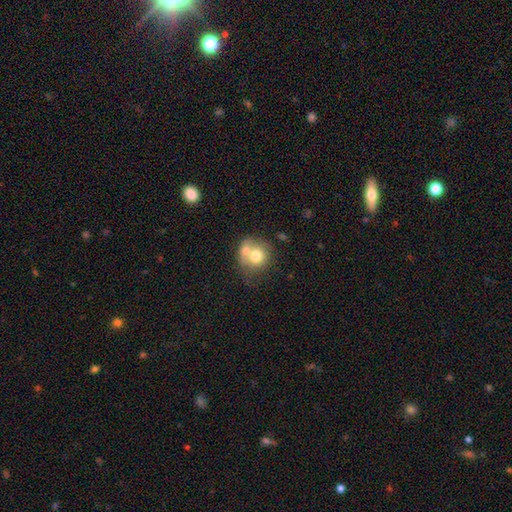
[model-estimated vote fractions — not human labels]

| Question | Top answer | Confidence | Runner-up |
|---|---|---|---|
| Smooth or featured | smooth | 68% | featured or disk (23%) |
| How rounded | round | 78% | in between (21%) |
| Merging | merger | 57% | none (30%) |